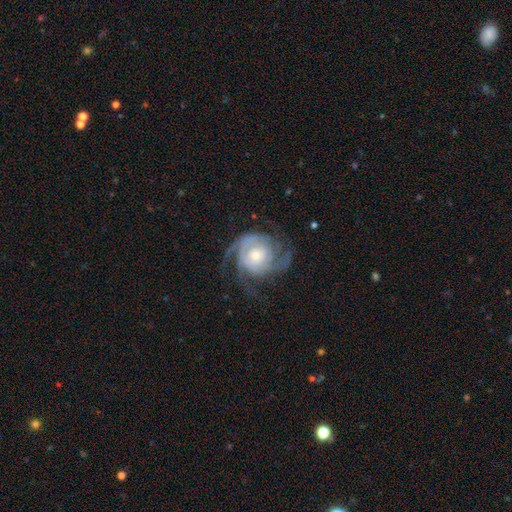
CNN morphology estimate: Smooth or featured? featured or disk (87%)
Edge-on disk? no (98%)
Bar? no (75%)
Spiral arms? yes (96%)
Spiral winding? tight (47%)
Spiral arm count? 2 (33%)
Bulge size? small (46%)
Merging? none (63%)